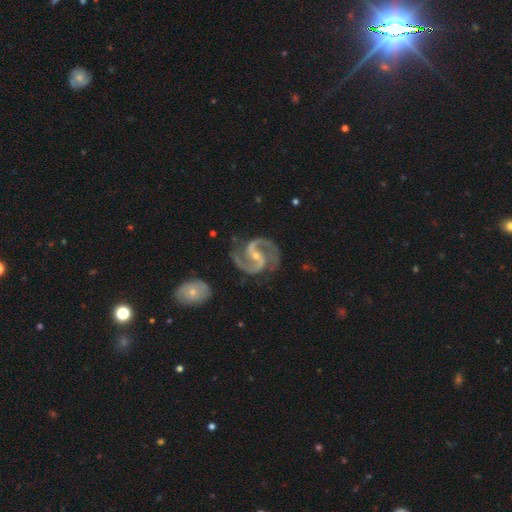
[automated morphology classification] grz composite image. It shows a featured or disk galaxy (94%) with a weak bar (40%), 2 (94%) medium (67%) spiral arms (99%) and a small central bulge (67%). Merging: none (79%).